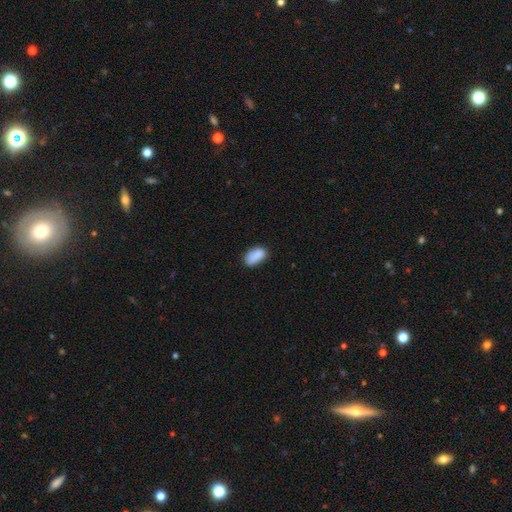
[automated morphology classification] Smooth or featured?
  - smooth: 87% *
  - star or artifact: 8%
  - featured or disk: 5%
How rounded?
  - in between: 91% *
  - round: 6%
  - cigar-shaped: 3%
Merging?
  - none: 74% *
  - minor disturbance: 20%
  - major disturbance: 4%
  - merger: 3%